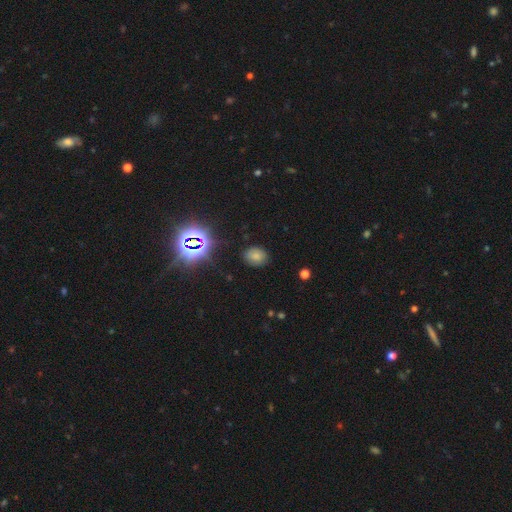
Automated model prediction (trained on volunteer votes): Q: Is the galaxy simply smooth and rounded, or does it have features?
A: smooth — 69%.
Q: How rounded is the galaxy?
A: in between — 54%.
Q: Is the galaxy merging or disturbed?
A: none — 83%.